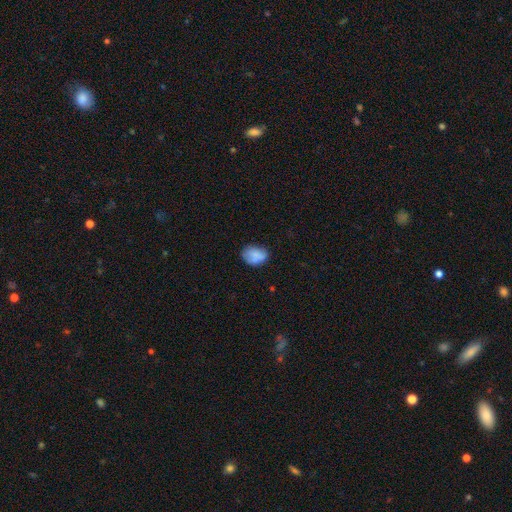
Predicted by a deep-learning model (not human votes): Morphology: type=smooth (83%); roundness=in between (73%); merging=none (68%).